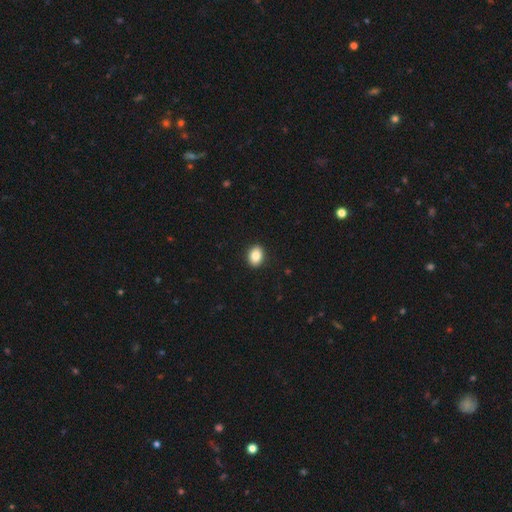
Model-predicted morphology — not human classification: Overall: smooth (87%). How rounded: in between (69%; round 30%). Merging: none (91%).